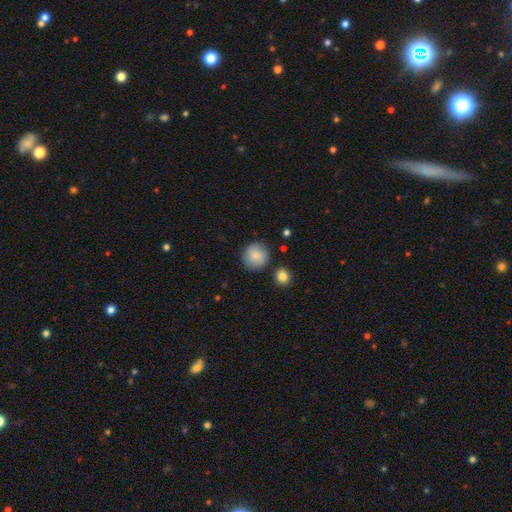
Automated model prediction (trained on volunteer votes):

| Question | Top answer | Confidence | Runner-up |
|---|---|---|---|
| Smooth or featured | smooth | 84% | featured or disk (9%) |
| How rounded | round | 92% | in between (7%) |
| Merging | none | 85% | minor disturbance (10%) |